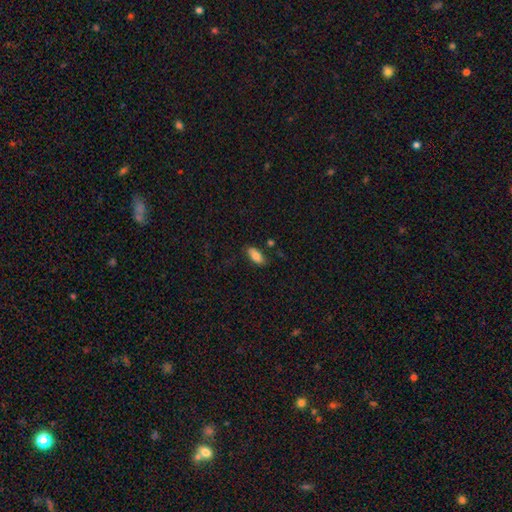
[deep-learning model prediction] Smooth or featured?
  - smooth: 80% *
  - featured or disk: 13%
  - star or artifact: 7%
How rounded?
  - in between: 91% *
  - cigar-shaped: 7%
  - round: 2%
Merging?
  - none: 81% *
  - minor disturbance: 13%
  - merger: 3%
  - major disturbance: 3%